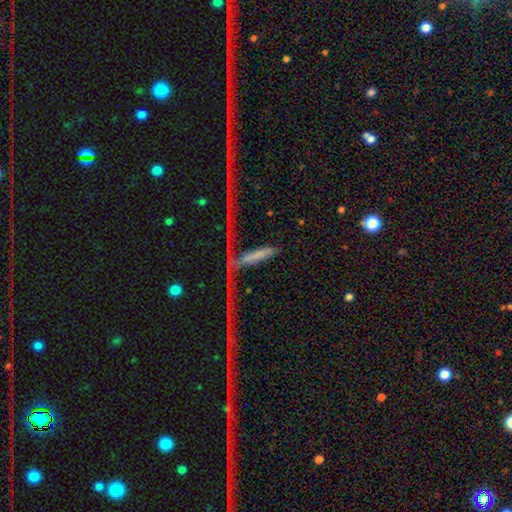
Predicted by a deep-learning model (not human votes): Overall: smooth (44%; featured or disk 31%). Merging: none (41%; major disturbance 25%).